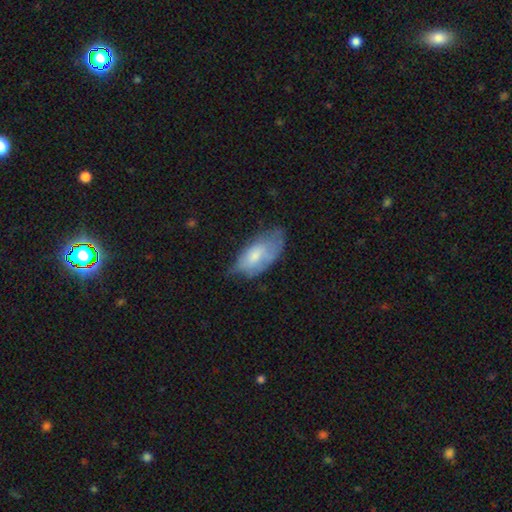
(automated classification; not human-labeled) This is likely a smooth galaxy (65%). How rounded: clearly in between (91%). Merging: marginally minor disturbance (41%).